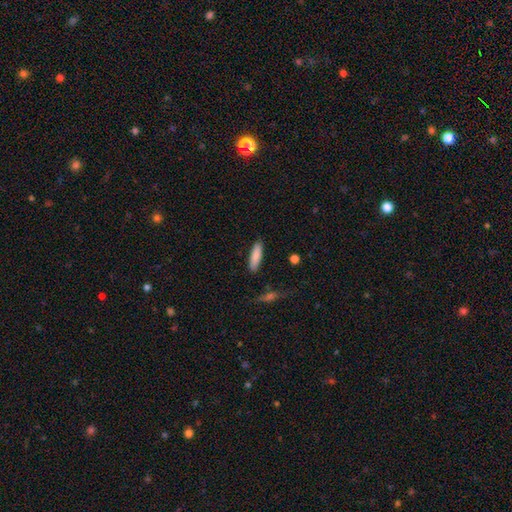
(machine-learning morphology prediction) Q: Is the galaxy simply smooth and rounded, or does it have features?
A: smooth — 86%.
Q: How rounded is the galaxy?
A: cigar-shaped — 61%.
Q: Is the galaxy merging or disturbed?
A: none — 86%.